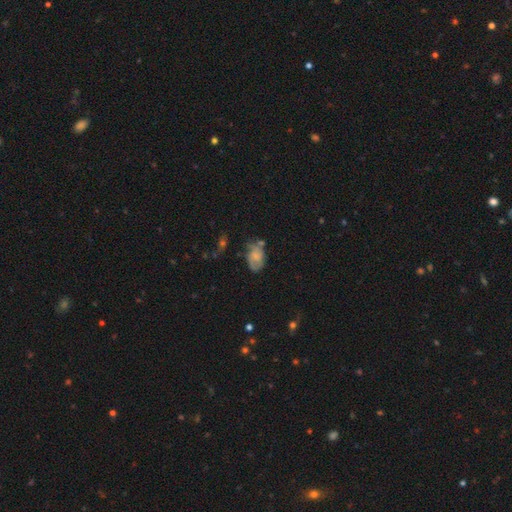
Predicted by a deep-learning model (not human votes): Smooth or featured? Predicted: smooth (p=0.48). Merging? Predicted: none (p=0.46).